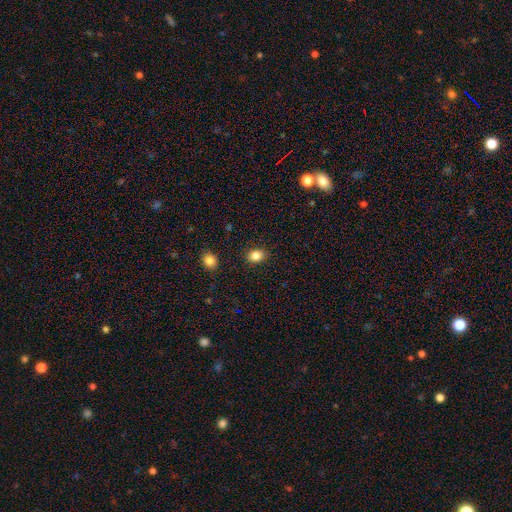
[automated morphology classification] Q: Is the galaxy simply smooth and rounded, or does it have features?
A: smooth — 84%.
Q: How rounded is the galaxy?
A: in between — 59%.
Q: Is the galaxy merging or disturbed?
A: none — 88%.